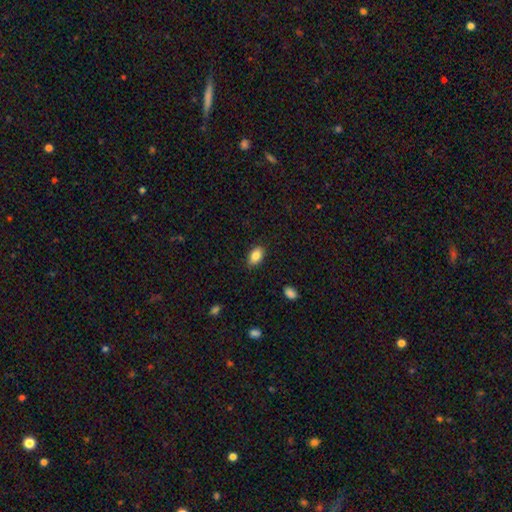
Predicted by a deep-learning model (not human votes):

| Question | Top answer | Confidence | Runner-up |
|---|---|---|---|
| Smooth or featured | smooth | 85% | star or artifact (8%) |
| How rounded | in between | 91% | round (8%) |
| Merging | none | 86% | minor disturbance (10%) |